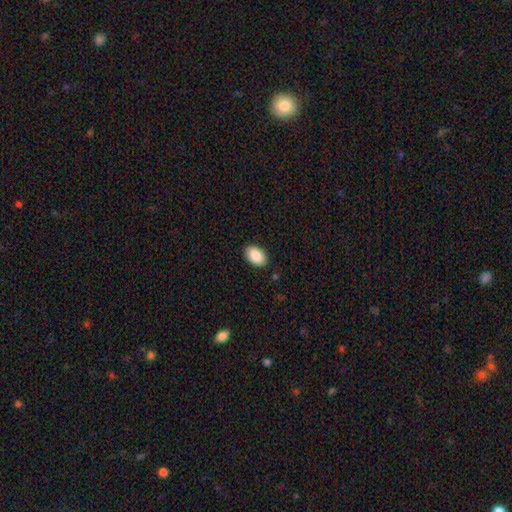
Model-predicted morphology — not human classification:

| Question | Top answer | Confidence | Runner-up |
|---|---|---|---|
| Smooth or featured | smooth | 89% | star or artifact (7%) |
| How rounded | in between | 92% | round (7%) |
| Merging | none | 89% | minor disturbance (8%) |